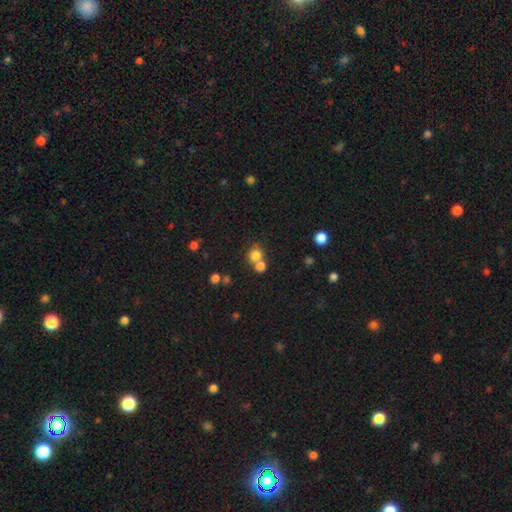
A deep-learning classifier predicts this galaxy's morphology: A smooth galaxy with no disk features (78%) that is round (79%).

Vote fractions:
- Smooth or featured? smooth: 78% / star or artifact: 13% / featured or disk: 8%
- How rounded? round: 79% / in between: 20% / cigar-shaped: 1%
- Merging? none: 46% / merger: 42% / minor disturbance: 8% / major disturbance: 4%